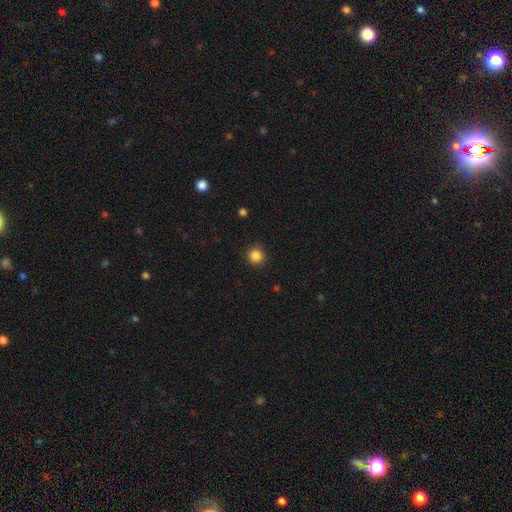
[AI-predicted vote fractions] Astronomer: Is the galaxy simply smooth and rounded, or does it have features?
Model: smooth — 86%.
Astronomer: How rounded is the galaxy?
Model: round — 92%.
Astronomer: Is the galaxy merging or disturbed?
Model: none — 91%.